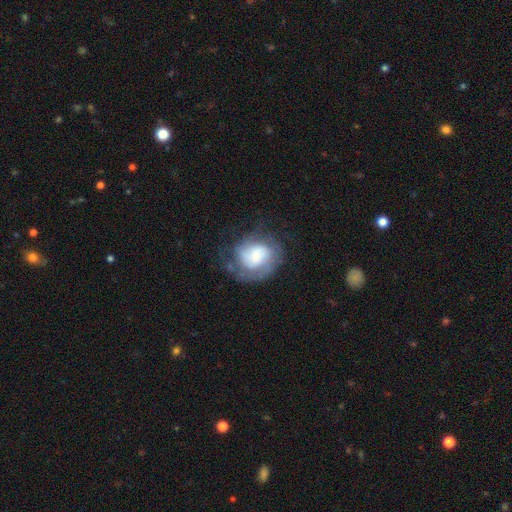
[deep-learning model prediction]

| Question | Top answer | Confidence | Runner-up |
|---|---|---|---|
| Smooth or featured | featured or disk | 62% | smooth (30%) |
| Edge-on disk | no | 98% | yes (2%) |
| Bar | no | 66% | weak (28%) |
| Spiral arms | yes | 85% | no (15%) |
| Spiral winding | tight | 47% | medium (38%) |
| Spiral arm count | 2 | 36% | can't tell (33%) |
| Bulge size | small | 45% | moderate (24%) |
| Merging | none | 52% | minor disturbance (23%) |